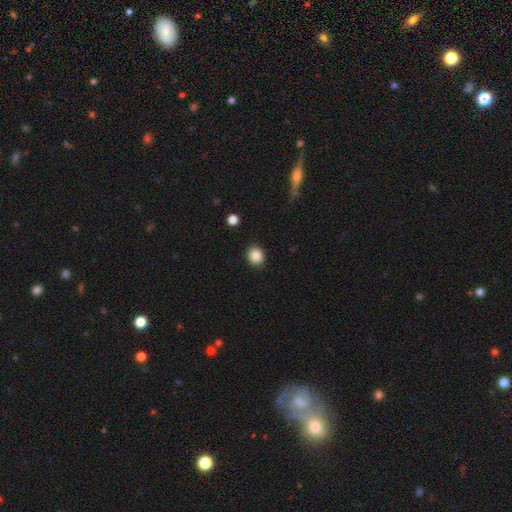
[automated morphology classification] Q: Smooth or featured?
A: smooth (87%); runner-up: star or artifact (9%)
Q: How rounded?
A: round (73%); runner-up: in between (26%)
Q: Merging?
A: none (90%); runner-up: minor disturbance (6%)